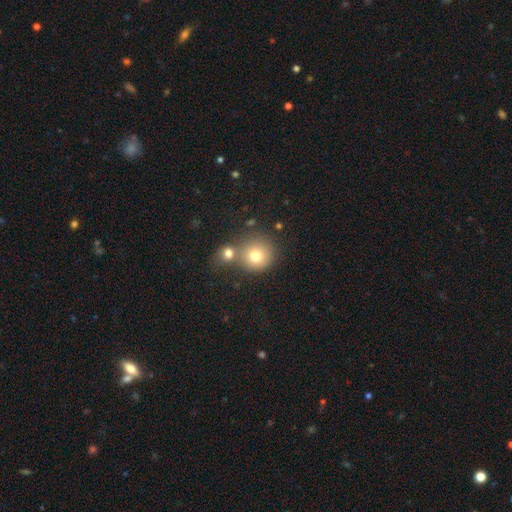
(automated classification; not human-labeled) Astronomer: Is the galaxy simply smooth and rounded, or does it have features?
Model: smooth — 76%.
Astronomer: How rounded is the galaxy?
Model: round — 91%.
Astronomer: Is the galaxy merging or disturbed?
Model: none — 55% (runner-up: merger, 32%).